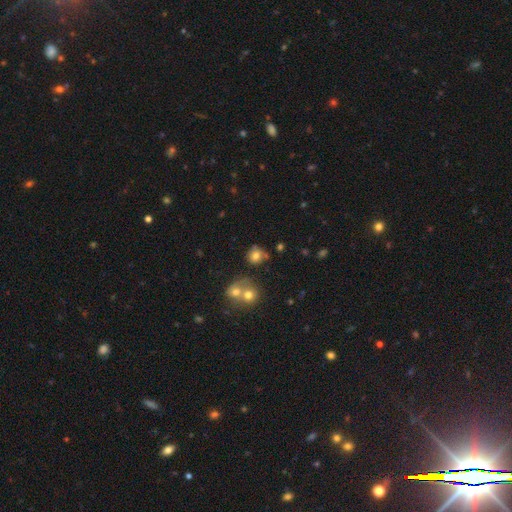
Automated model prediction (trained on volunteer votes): Smooth or featured? Predicted: smooth (p=0.73). How rounded? Predicted: round (p=0.77). Merging? Predicted: none (p=0.57).